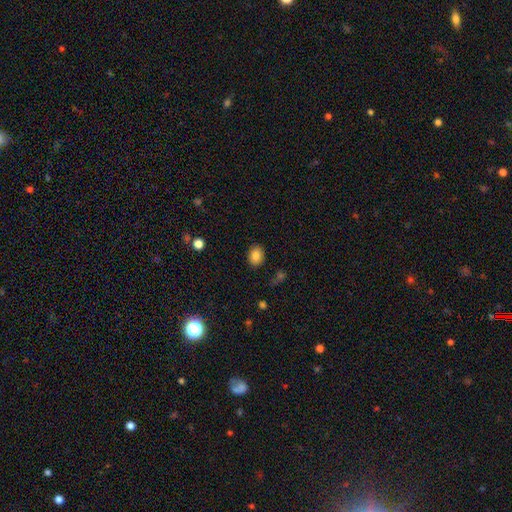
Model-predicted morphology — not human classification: smooth-or-featured: smooth: 84% | star or artifact: 10% | featured or disk: 6%
  how-rounded: in between: 57% | round: 42% | cigar-shaped: 1%
  merging: none: 87% | minor disturbance: 9% | major disturbance: 2% | merger: 2%